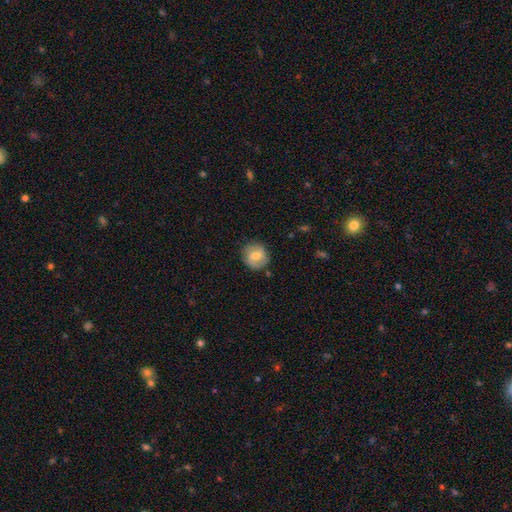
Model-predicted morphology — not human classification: type=smooth (64%); roundness=round (86%); merging=none (82%).